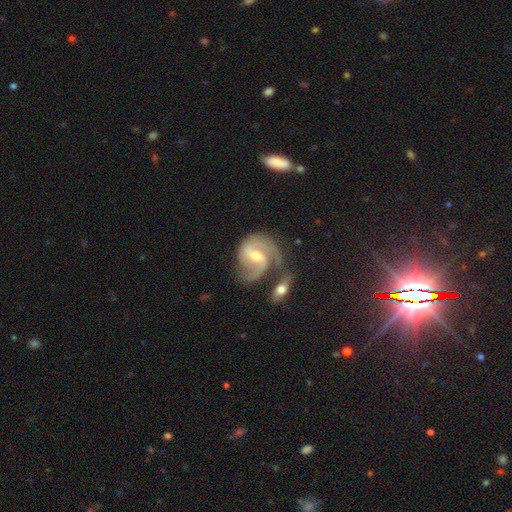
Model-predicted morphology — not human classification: featured or disk 89%, smooth 7%, star or artifact 5%. Down the decision tree: edge-on disk — no (98%); bar — weak (55%); spiral arms — yes (97%); spiral arm count — 2 (73%); spiral winding — medium (52%); bulge size — moderate (64%); merging — none (47%).